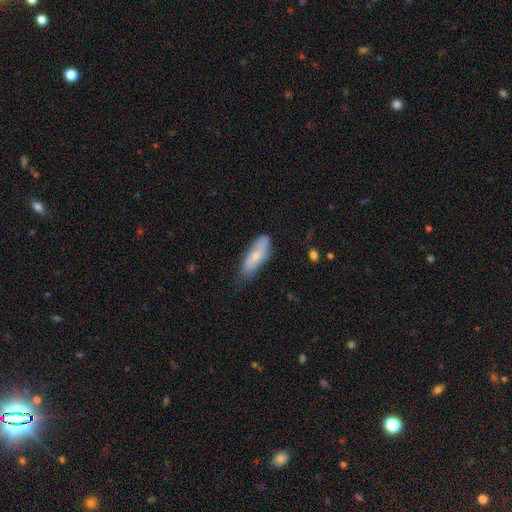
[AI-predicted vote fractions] Smooth or featured?
  - smooth: 66% *
  - featured or disk: 27%
  - star or artifact: 7%
How rounded?
  - in between: 60% *
  - cigar-shaped: 38%
  - round: 2%
Merging?
  - none: 55% *
  - minor disturbance: 35%
  - major disturbance: 8%
  - merger: 2%